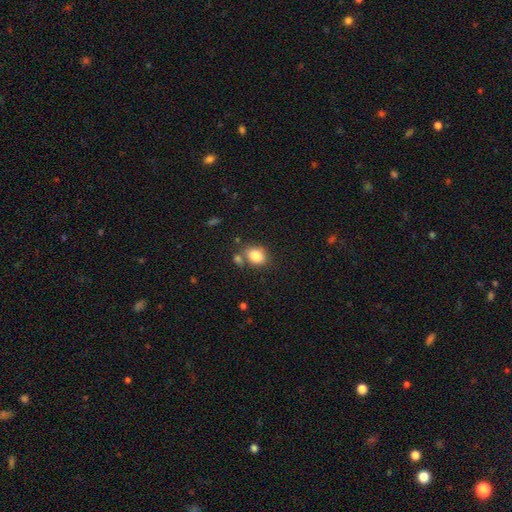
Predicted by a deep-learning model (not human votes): This is clearly a smooth galaxy (83%). How rounded: possibly in between (53%). Merging: likely none (63%).